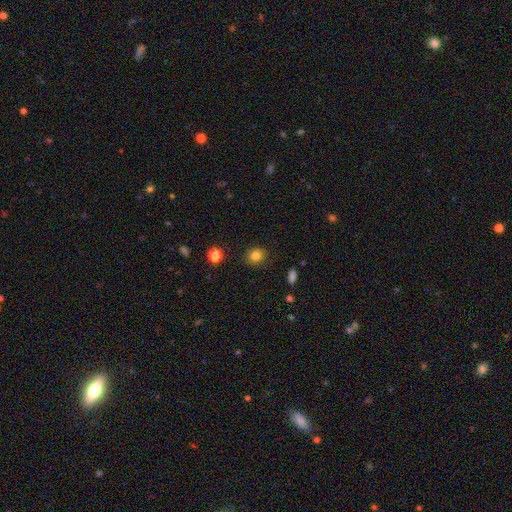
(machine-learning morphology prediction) Smooth or featured? smooth (83%)
How rounded? round (82%)
Merging? none (87%)